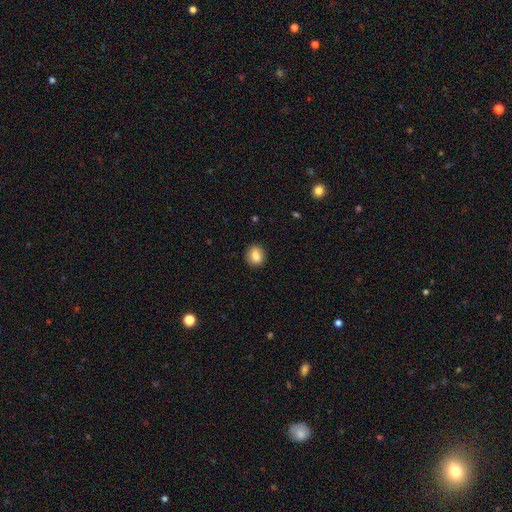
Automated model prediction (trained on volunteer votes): A smooth galaxy with no disk features (84%) that is round (59%).

Vote fractions:
- Smooth or featured? smooth: 84% / star or artifact: 8% / featured or disk: 8%
- How rounded? round: 59% / in between: 39% / cigar-shaped: 1%
- Merging? none: 85% / minor disturbance: 11% / major disturbance: 3% / merger: 1%